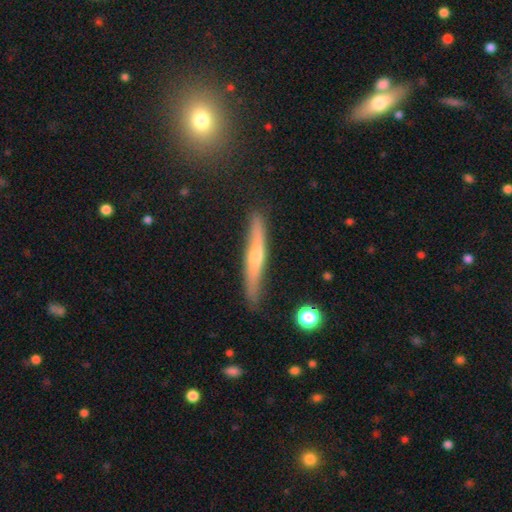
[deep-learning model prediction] This is possibly a featured or disk galaxy (59%). It is clearly viewed edge-on (92%). Edge-on bulge: likely rounded (74%). Merging: clearly none (83%).